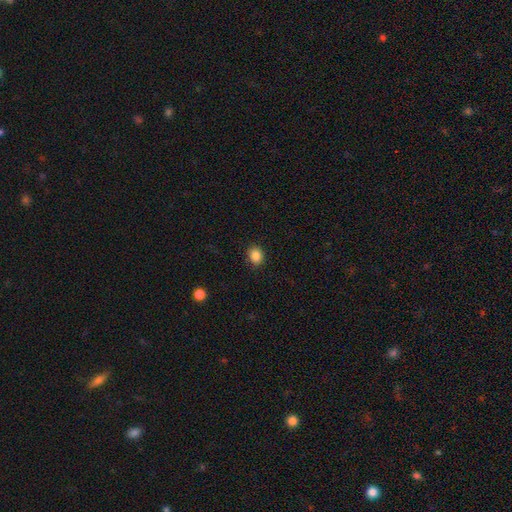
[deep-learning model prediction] Smooth or featured? smooth (86%)
How rounded? round (65%)
Merging? none (89%)